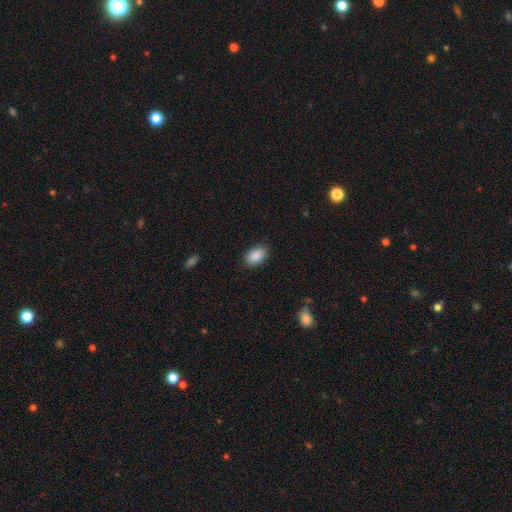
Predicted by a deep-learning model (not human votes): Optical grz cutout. It shows a smooth galaxy with no disk features (89%) that is in between round and cigar-shaped (91%). Merging: none (87%).